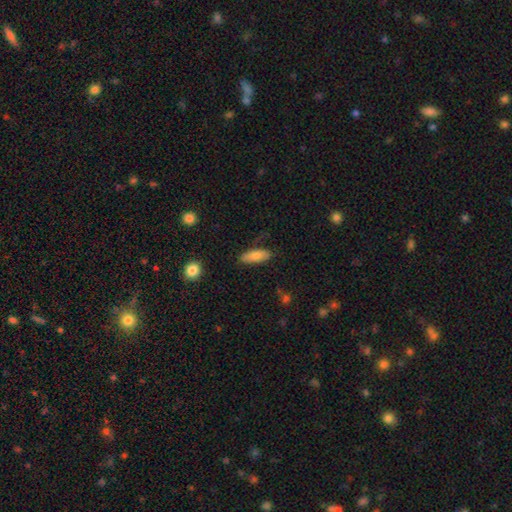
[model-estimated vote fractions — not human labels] Morphology: type=smooth (79%); roundness=in between (67%); merging=none (76%).